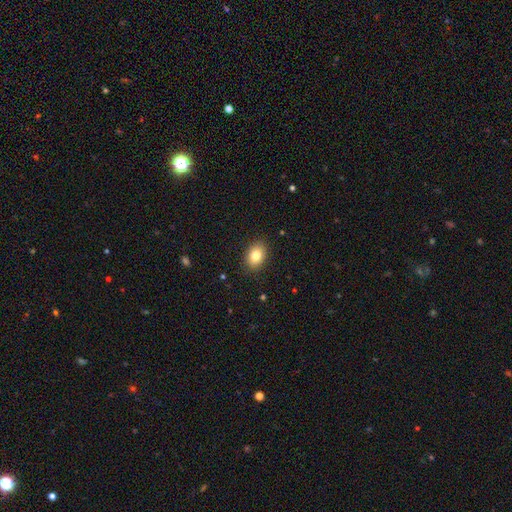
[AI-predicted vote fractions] This is clearly a smooth galaxy (82%). How rounded: likely in between (76%). Merging: clearly none (88%).